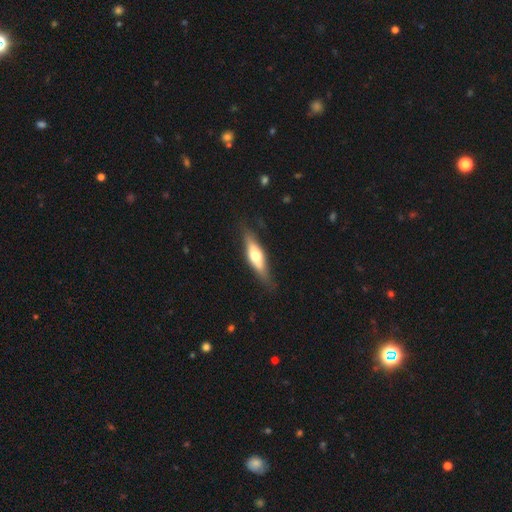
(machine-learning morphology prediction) Smooth or featured? Predicted: featured or disk (p=0.48). Merging? Predicted: none (p=0.79).